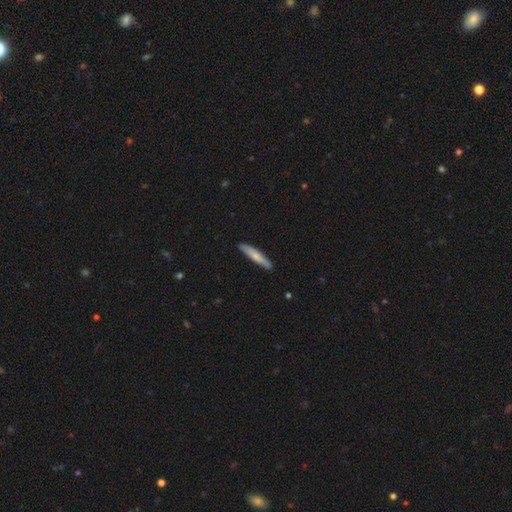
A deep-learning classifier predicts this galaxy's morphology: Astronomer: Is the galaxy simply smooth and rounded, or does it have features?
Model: smooth — 70%.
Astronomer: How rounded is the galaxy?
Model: cigar-shaped — 91%.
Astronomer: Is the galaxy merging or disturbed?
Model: none — 87%.